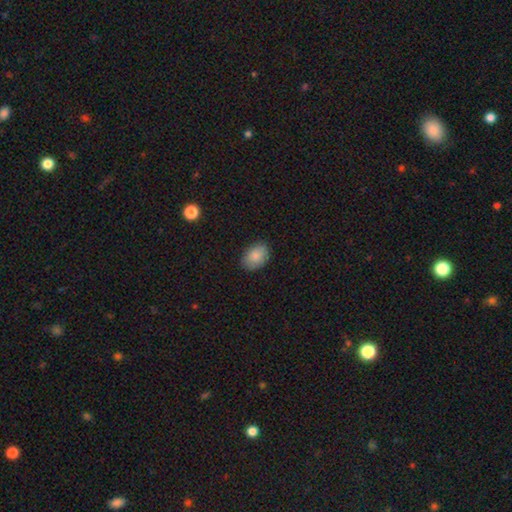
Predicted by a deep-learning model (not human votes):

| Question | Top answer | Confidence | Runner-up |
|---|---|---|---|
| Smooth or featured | smooth | 87% | star or artifact (7%) |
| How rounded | in between | 87% | round (12%) |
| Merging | none | 86% | minor disturbance (11%) |